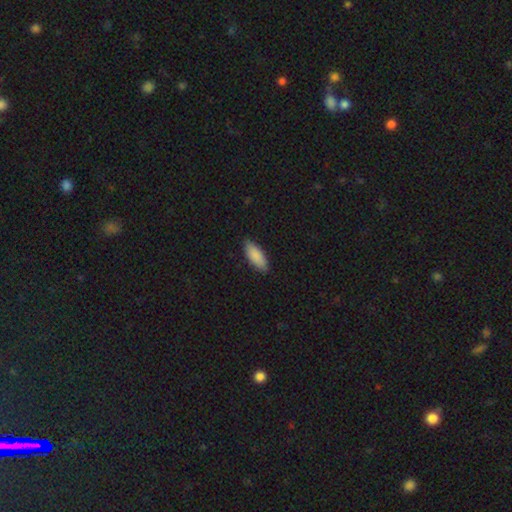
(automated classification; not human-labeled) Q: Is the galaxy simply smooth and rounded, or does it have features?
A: smooth — 88%.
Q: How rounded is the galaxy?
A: in between — 80%.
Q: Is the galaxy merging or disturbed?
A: none — 86%.